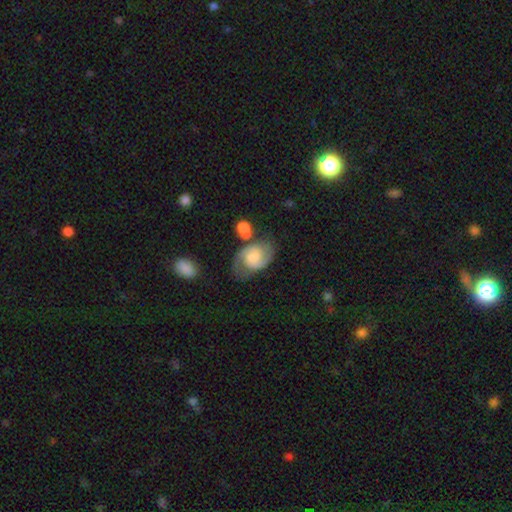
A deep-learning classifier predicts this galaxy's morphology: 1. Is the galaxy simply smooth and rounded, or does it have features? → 74% featured or disk, 19% smooth, 7% star or artifact.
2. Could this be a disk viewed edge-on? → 97% no, 3% yes.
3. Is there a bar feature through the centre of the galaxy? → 50% no, 41% weak, 10% strong.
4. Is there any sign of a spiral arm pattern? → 94% yes, 6% no.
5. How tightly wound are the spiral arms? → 54% medium, 27% tight, 20% loose.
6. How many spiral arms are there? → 90% 2, 5% can't tell, 2% 1, 1% 3, 1% 4, 1% more than 4.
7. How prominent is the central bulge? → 27% none, 26% moderate, 24% small, 20% large, 4% dominant.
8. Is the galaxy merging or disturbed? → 62% none, 20% minor disturbance, 10% merger, 9% major disturbance.